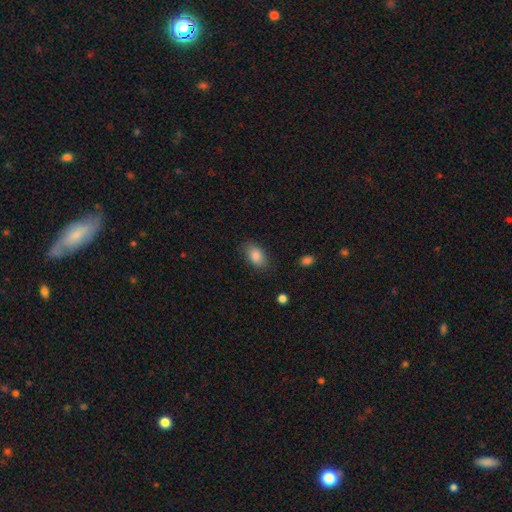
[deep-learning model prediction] Smooth or featured: smooth — 87% (star or artifact — 7%)
How rounded: in between — 90% (round — 8%)
Merging: none — 79% (minor disturbance — 15%)